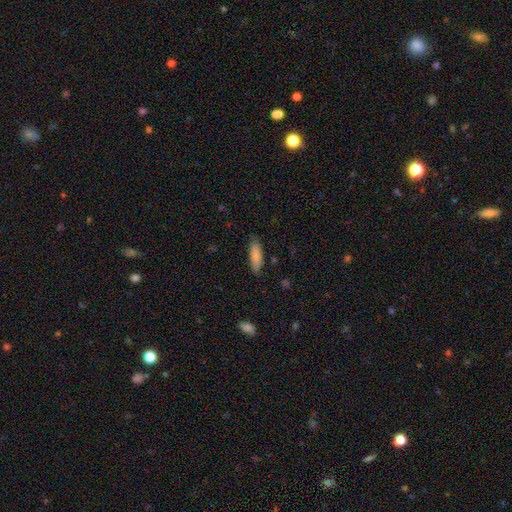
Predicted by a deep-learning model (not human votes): Morphology: type=smooth (85%); roundness=in between (51%); merging=none (82%).